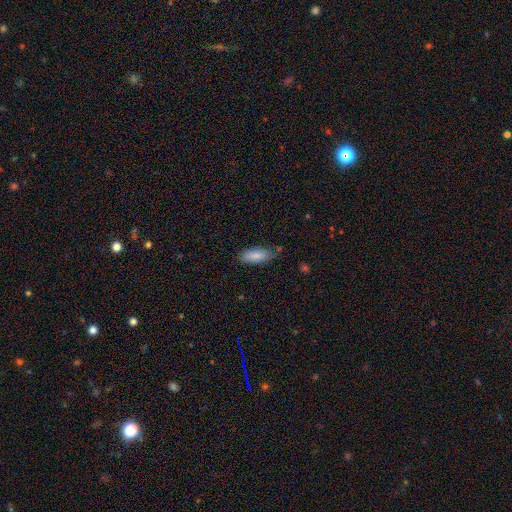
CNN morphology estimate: The model was most divided on "merging": none: 73%, minor disturbance: 20%, major disturbance: 3%, merger: 3%. More confident: smooth or featured — smooth (84%); how rounded — in between (79%).